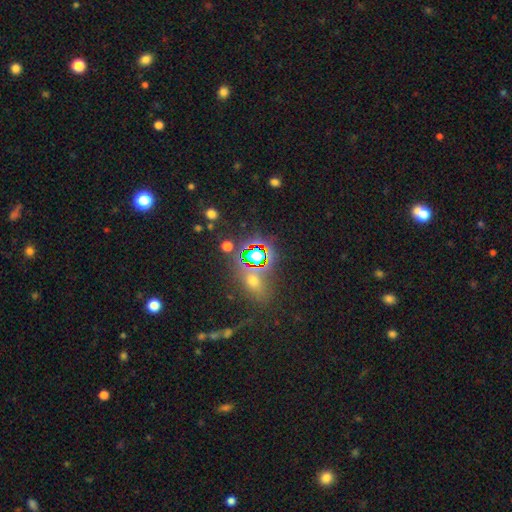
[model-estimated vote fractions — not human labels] Smooth or featured? star or artifact (61%)